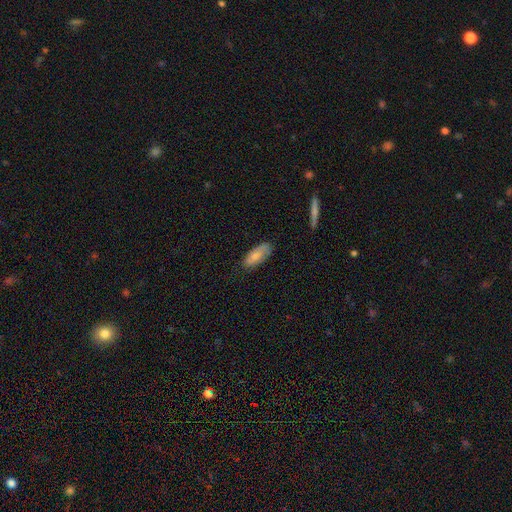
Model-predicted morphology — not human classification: Smooth or featured? smooth (77%)
How rounded? in between (84%)
Merging? none (74%)